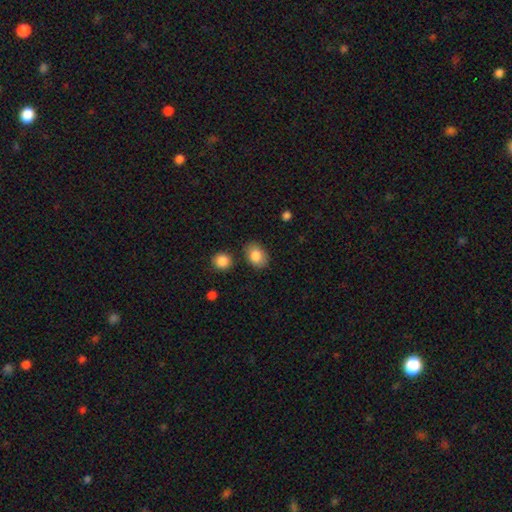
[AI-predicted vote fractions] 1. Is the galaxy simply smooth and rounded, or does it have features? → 85% smooth, 8% featured or disk, 8% star or artifact.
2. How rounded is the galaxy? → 75% in between, 24% round, 1% cigar-shaped.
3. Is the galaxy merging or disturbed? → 78% none, 14% minor disturbance, 5% merger, 3% major disturbance.